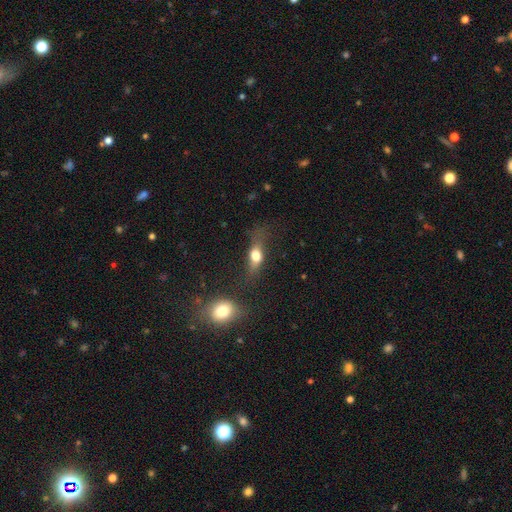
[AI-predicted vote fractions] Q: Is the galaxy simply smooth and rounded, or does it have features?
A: smooth — 59%.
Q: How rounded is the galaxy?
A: in between — 58%.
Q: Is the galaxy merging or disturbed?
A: none — 55%.